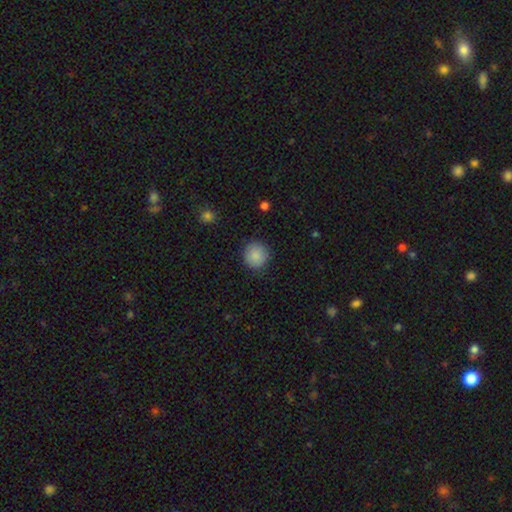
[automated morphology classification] A smooth galaxy with no disk features (87%) that is round (93%).

Vote fractions:
- Smooth or featured? smooth: 87% / star or artifact: 9% / featured or disk: 4%
- How rounded? round: 93% / in between: 6% / cigar-shaped: 1%
- Merging? none: 89% / minor disturbance: 8% / major disturbance: 2% / merger: 1%